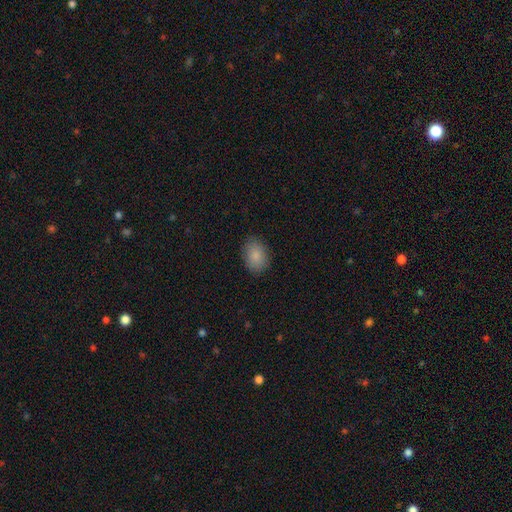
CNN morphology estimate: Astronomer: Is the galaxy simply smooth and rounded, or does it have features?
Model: smooth — 87%.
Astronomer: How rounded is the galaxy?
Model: in between — 75%.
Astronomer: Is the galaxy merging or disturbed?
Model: none — 85%.